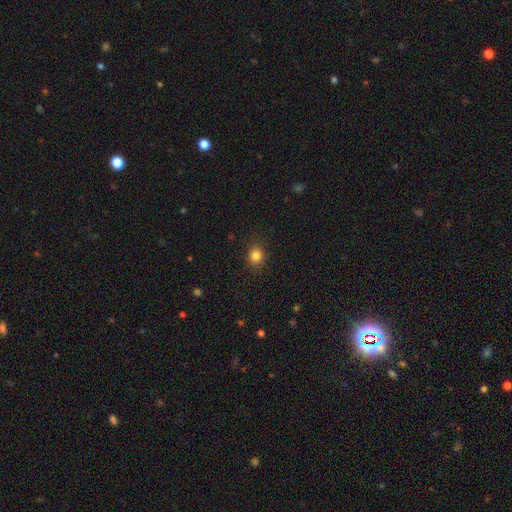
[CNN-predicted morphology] Smooth or featured? smooth (83%)
How rounded? round (79%)
Merging? none (87%)